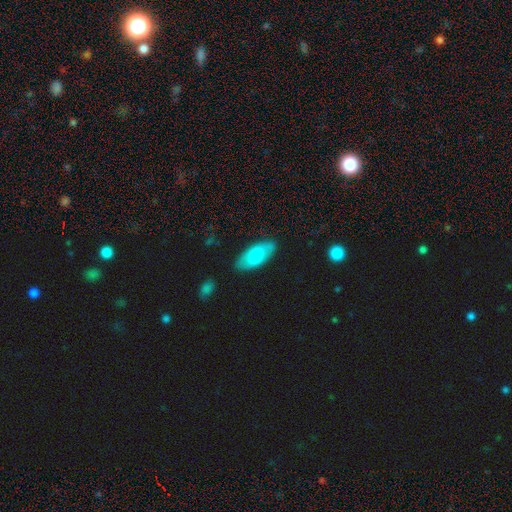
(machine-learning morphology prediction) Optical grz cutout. It shows a smooth galaxy with no disk features (77%) that is in between round and cigar-shaped (87%). Merging: none (82%).